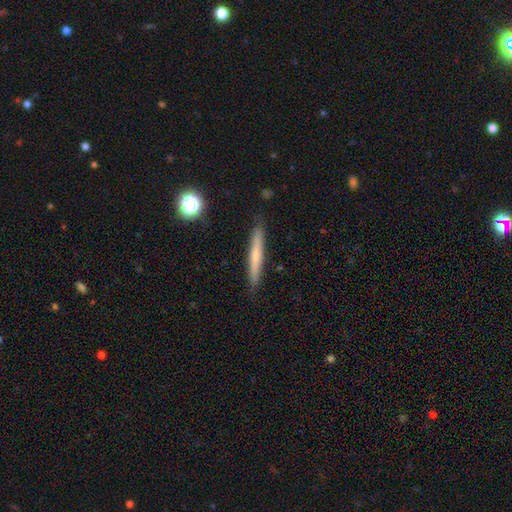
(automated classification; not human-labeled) A smooth galaxy with no disk features (62%) that is cigar-shaped (96%).

Vote fractions:
- Smooth or featured? smooth: 62% / featured or disk: 31% / star or artifact: 7%
- How rounded? cigar-shaped: 96% / in between: 3% / round: 1%
- Merging? none: 89% / minor disturbance: 8% / major disturbance: 2% / merger: 1%